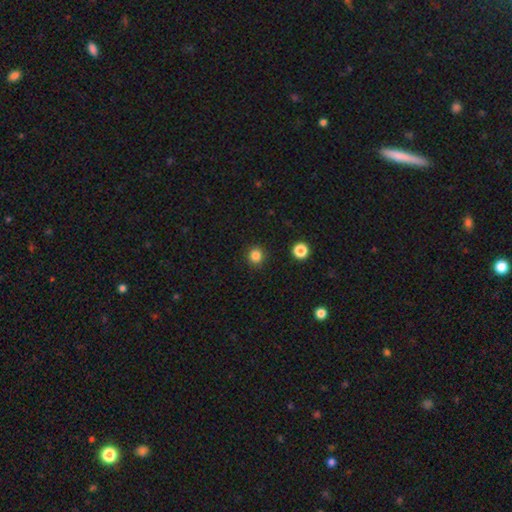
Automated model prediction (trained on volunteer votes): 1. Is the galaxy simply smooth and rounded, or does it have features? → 84% smooth, 12% star or artifact, 4% featured or disk.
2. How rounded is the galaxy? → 93% round, 6% in between, 1% cigar-shaped.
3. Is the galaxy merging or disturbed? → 92% none, 5% minor disturbance, 2% major disturbance, 1% merger.